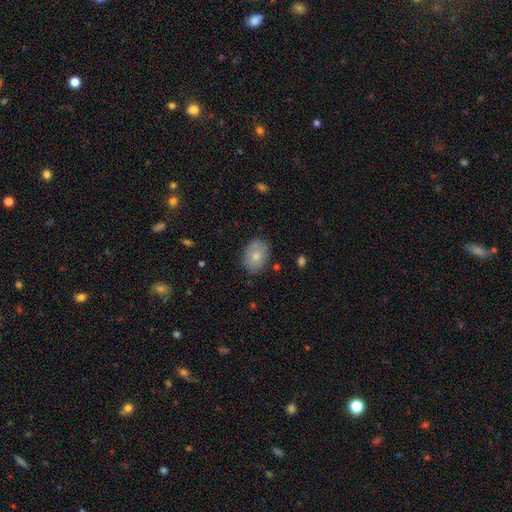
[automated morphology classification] type=smooth (77%); roundness=in between (72%); merging=none (79%).